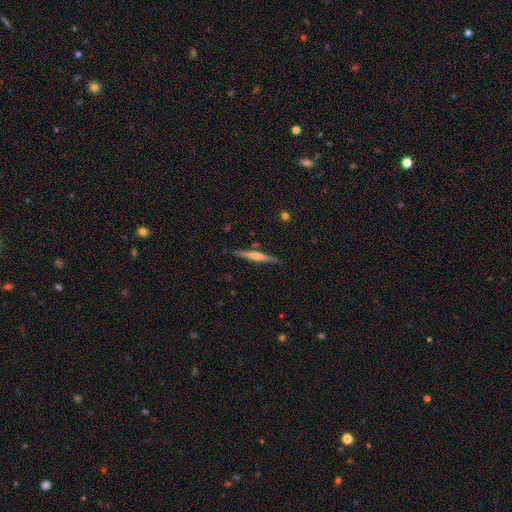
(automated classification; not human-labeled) The model was most divided on "smooth or featured": featured or disk: 65%, smooth: 29%, star or artifact: 6%. More confident: edge-on disk — yes (98%); merging — none (89%); edge-on bulge — rounded (65%).